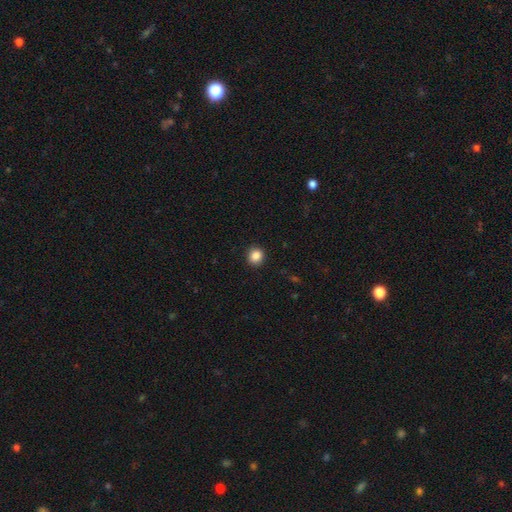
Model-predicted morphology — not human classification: Smooth or featured?
  - smooth: 86% *
  - star or artifact: 10%
  - featured or disk: 4%
How rounded?
  - round: 81% *
  - in between: 18%
  - cigar-shaped: 1%
Merging?
  - none: 91% *
  - minor disturbance: 6%
  - major disturbance: 2%
  - merger: 1%